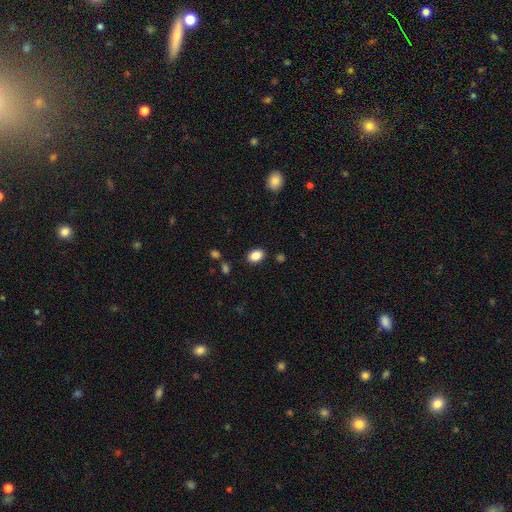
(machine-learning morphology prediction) smooth-or-featured: smooth: 86% | star or artifact: 9% | featured or disk: 5%
  how-rounded: in between: 82% | round: 17% | cigar-shaped: 1%
  merging: none: 86% | minor disturbance: 9% | major disturbance: 3% | merger: 2%